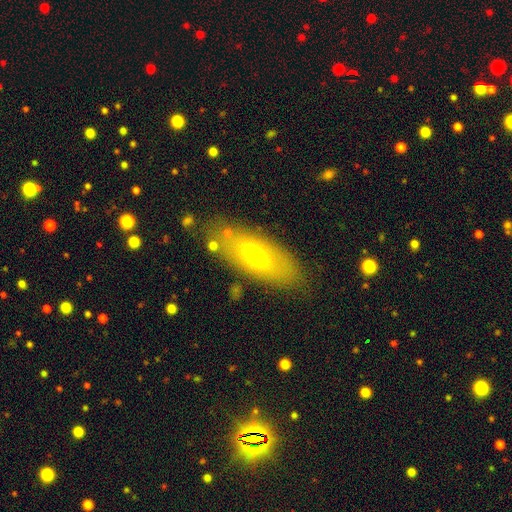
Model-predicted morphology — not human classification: Smooth or featured: smooth — 59% (featured or disk — 32%)
How rounded: in between — 77% (cigar-shaped — 19%)
Merging: none — 79% (minor disturbance — 13%)